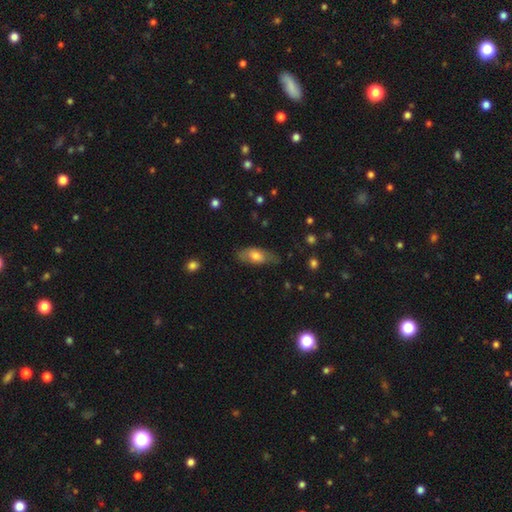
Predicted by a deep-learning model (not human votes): The model was most divided on "merging": none: 64%, minor disturbance: 26%, major disturbance: 8%, merger: 2%. More confident: how rounded — in between (82%); smooth or featured — smooth (67%).